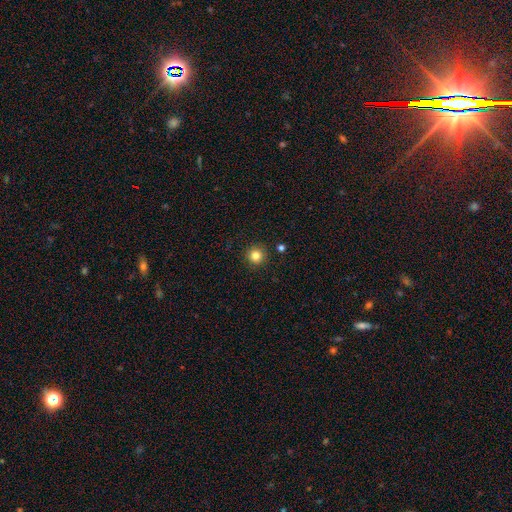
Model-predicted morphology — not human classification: This appears to be a smooth galaxy with no disk features (83%) that is round (95%). Merging: none (91%).